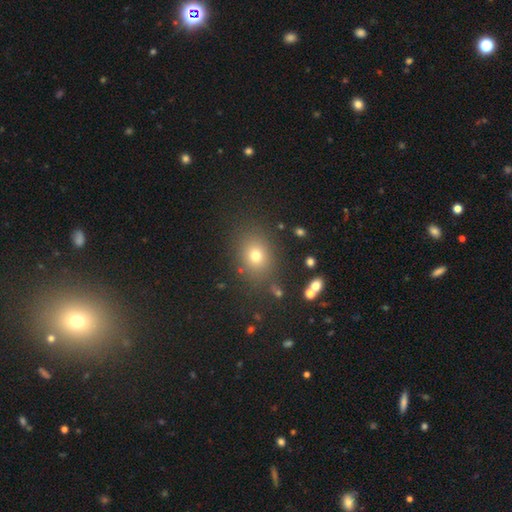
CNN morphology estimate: smooth 73%, star or artifact 18%, featured or disk 10%. Down the decision tree: how rounded — round (53%); merging — none (84%).